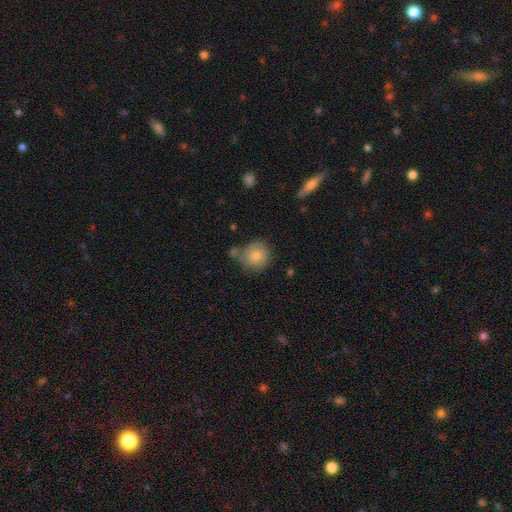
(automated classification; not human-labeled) Overall: smooth (77%). How rounded: round (84%). Merging: none (52%; minor disturbance 23%).